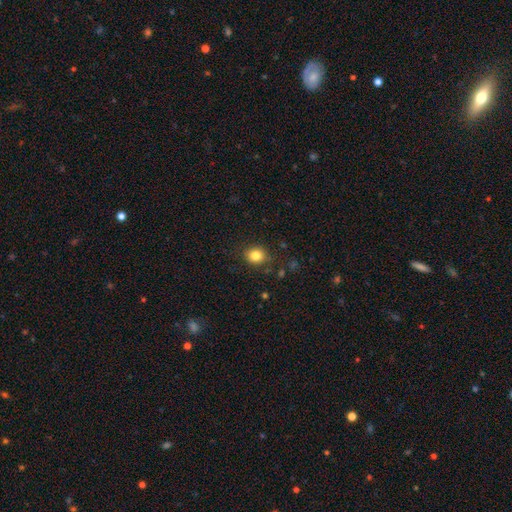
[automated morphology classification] Smooth or featured?
  - smooth: 82% *
  - star or artifact: 11%
  - featured or disk: 7%
How rounded?
  - round: 72% *
  - in between: 27%
  - cigar-shaped: 1%
Merging?
  - none: 86% *
  - minor disturbance: 9%
  - major disturbance: 3%
  - merger: 1%